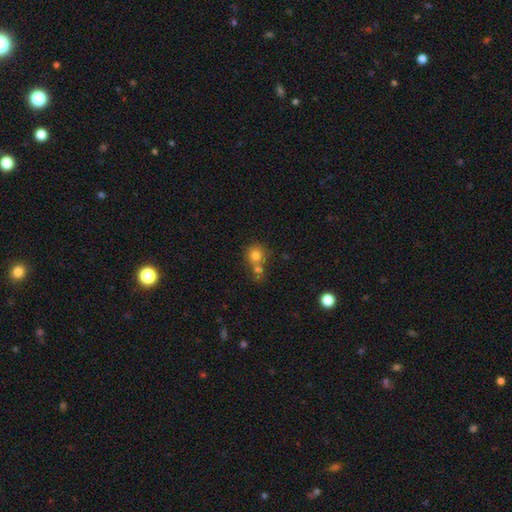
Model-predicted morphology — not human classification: Smooth or featured? Predicted: smooth (p=0.77). How rounded? Predicted: round (p=0.86). Merging? Predicted: merger (p=0.47).